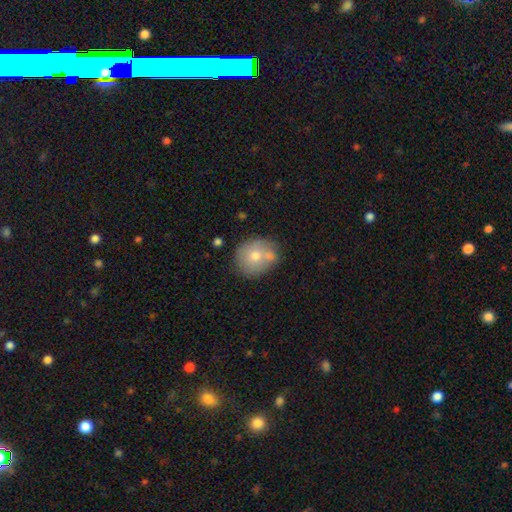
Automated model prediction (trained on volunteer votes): A smooth galaxy with no disk features (65%) that is round (76%).

Vote fractions:
- Smooth or featured? smooth: 65% / featured or disk: 26% / star or artifact: 9%
- How rounded? round: 76% / in between: 23% / cigar-shaped: 1%
- Merging? none: 57% / merger: 22% / minor disturbance: 17% / major disturbance: 4%